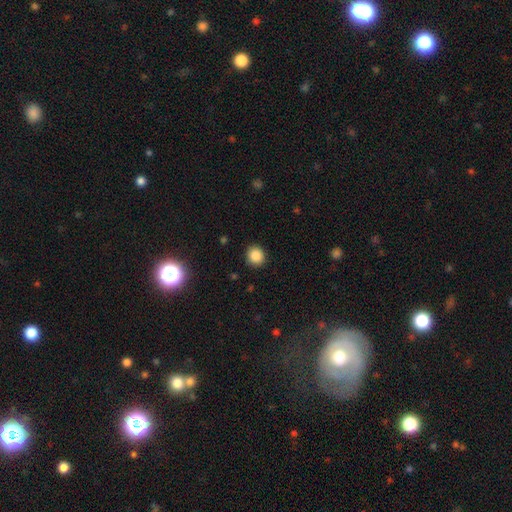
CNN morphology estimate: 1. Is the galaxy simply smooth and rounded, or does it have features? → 86% smooth, 11% star or artifact, 4% featured or disk.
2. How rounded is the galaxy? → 87% round, 12% in between, 1% cigar-shaped.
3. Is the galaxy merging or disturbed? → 90% none, 7% minor disturbance, 2% major disturbance, 1% merger.